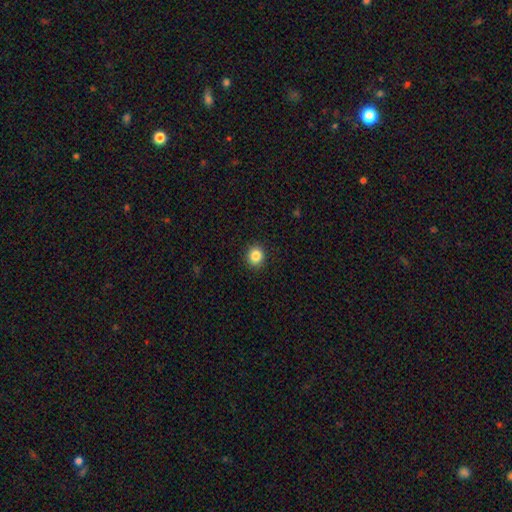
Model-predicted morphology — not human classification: The model was most divided on "how rounded": round: 80%, in between: 19%, cigar-shaped: 1%. More confident: merging — none (91%); smooth or featured — smooth (85%).